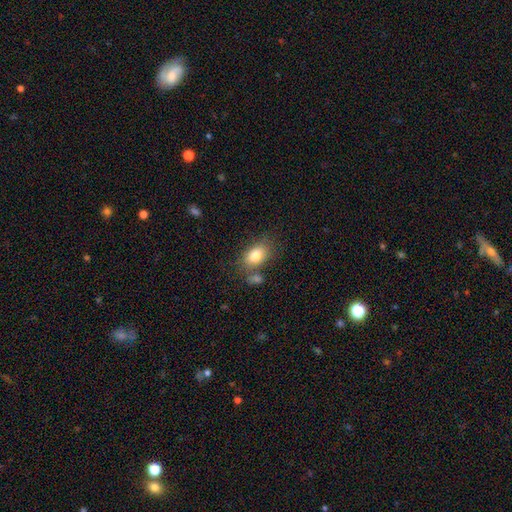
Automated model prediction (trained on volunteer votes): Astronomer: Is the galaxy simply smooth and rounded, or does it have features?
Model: smooth — 80%.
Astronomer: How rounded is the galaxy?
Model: in between — 86%.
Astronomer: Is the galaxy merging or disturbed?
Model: none — 64%.